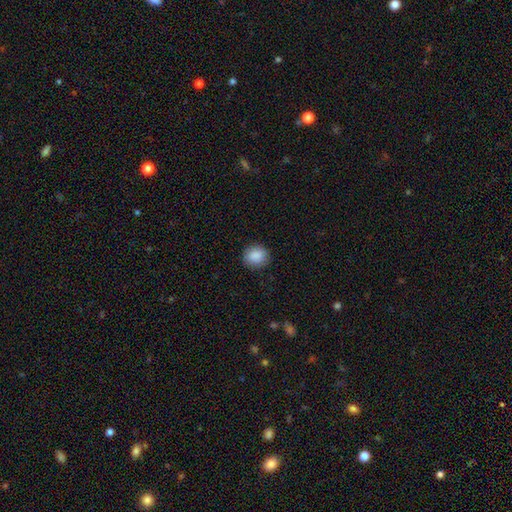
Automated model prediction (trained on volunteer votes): This appears to be a smooth galaxy with no disk features (88%) that is round (80%). Merging: none (88%).